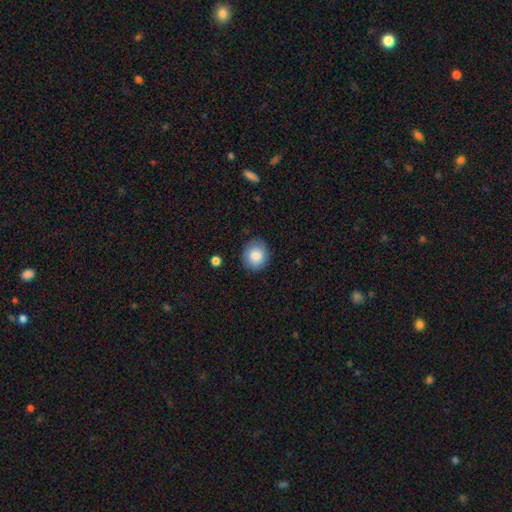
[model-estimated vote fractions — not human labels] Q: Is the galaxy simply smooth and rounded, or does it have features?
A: smooth — 84%.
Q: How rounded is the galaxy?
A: round — 75%.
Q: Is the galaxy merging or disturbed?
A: none — 85%.